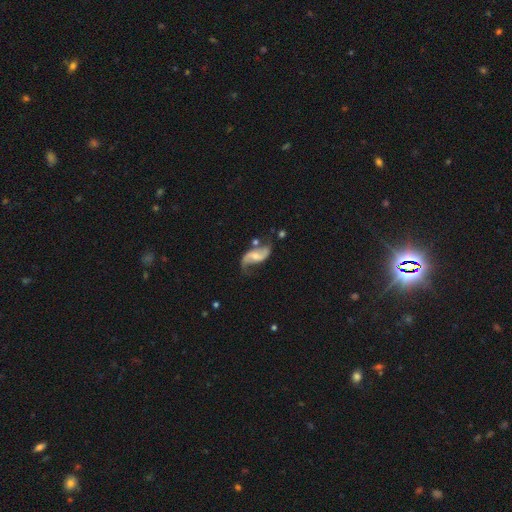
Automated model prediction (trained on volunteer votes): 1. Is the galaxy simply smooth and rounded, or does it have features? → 83% featured or disk, 12% smooth, 6% star or artifact.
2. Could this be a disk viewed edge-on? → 96% no, 4% yes.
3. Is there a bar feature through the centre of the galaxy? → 41% weak, 40% no, 19% strong.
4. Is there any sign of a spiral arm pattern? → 94% yes, 6% no.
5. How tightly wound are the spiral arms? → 74% loose, 20% medium, 5% tight.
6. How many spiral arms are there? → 90% 2, 4% 1, 3% can't tell, 1% 3, 1% 4, 1% more than 4.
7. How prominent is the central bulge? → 47% small, 41% moderate, 8% none, 3% large, 1% dominant.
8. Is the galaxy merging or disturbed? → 55% none, 21% minor disturbance, 13% major disturbance, 11% merger.